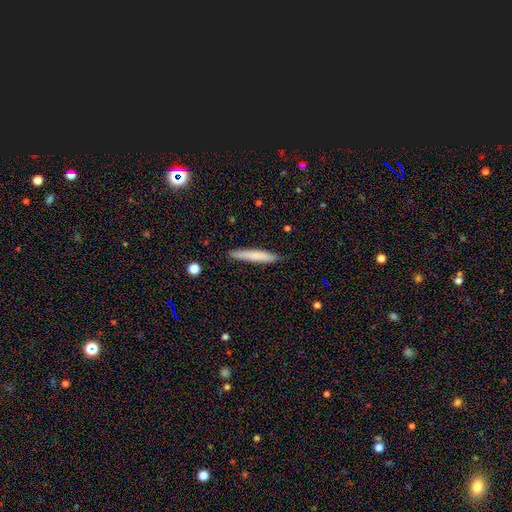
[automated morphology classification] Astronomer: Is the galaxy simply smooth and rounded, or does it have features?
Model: smooth — 73%.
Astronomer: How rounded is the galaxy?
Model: cigar-shaped — 94%.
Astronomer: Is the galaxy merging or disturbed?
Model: none — 87%.